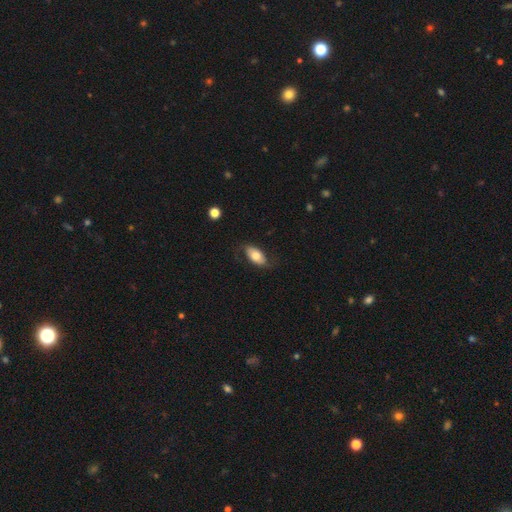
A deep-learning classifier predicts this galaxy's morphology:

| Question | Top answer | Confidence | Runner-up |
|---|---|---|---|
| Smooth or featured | smooth | 69% | featured or disk (25%) |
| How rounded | in between | 92% | round (5%) |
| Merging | none | 72% | minor disturbance (19%) |